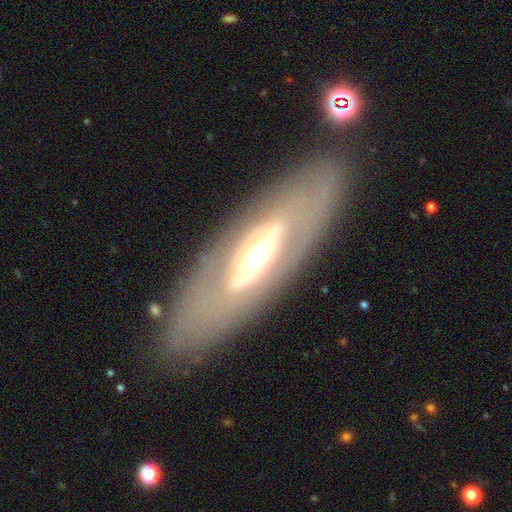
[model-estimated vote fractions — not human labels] Smooth or featured? Predicted: featured or disk (p=0.69). Edge-on disk? Predicted: no (p=0.69). Merging? Predicted: none (p=0.79).